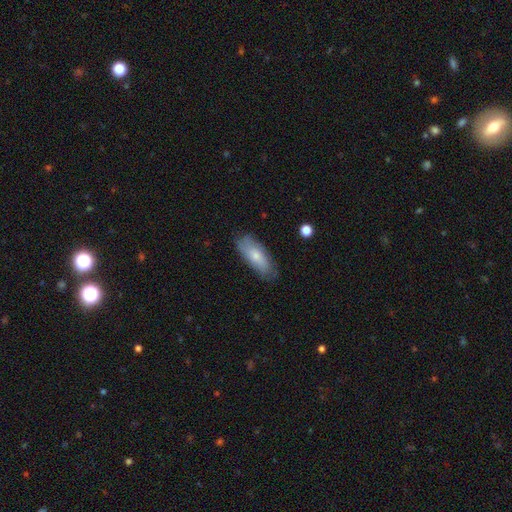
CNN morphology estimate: Smooth or featured? smooth (70%)
How rounded? in between (75%)
Merging? none (75%)